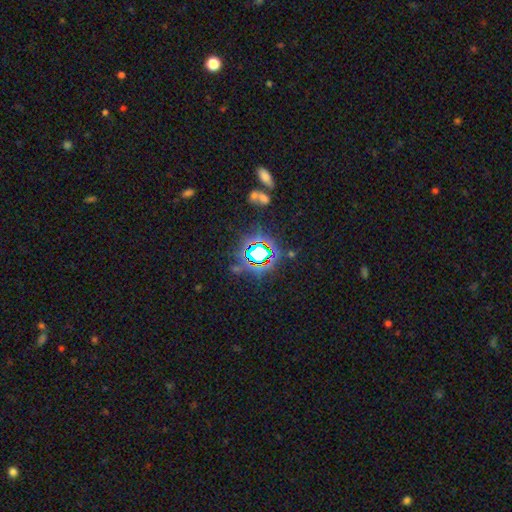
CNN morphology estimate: star or artifact 73%, smooth 16%, featured or disk 11%.